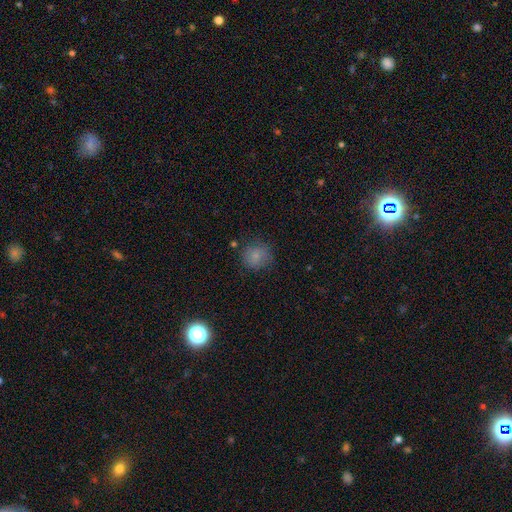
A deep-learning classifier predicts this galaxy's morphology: Overall: smooth (80%). How rounded: round (87%). Merging: none (75%).